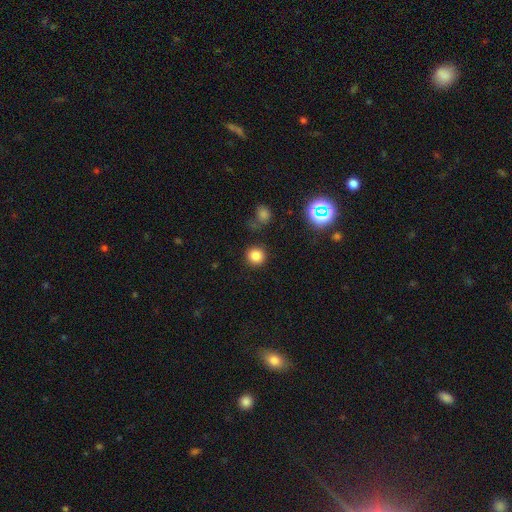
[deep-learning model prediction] This appears to be a smooth galaxy with no disk features (82%) that is round (92%). Merging: none (86%).